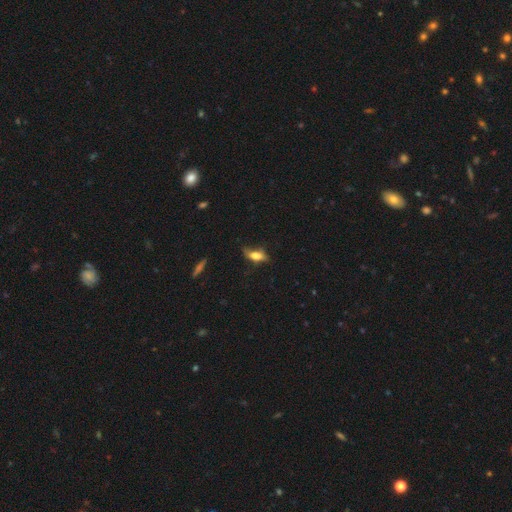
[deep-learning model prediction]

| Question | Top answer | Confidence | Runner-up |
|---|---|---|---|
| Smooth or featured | smooth | 68% | featured or disk (23%) |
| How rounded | in between | 74% | cigar-shaped (21%) |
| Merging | none | 50% | minor disturbance (33%) |